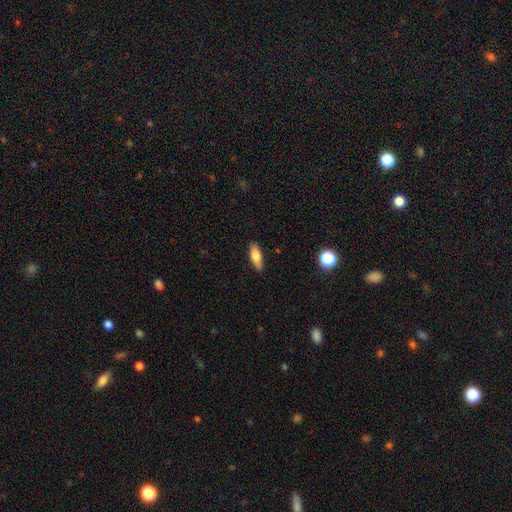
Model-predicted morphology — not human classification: Smooth or featured: smooth — 69% (featured or disk — 24%)
How rounded: in between — 61% (cigar-shaped — 36%)
Merging: none — 84% (minor disturbance — 12%)